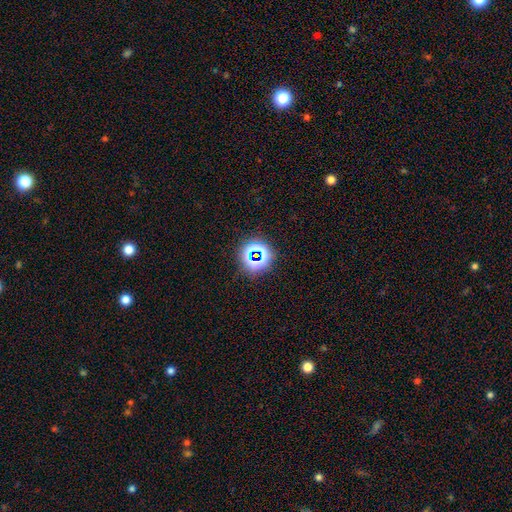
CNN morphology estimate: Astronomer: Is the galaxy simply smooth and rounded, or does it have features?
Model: star or artifact — 66%.